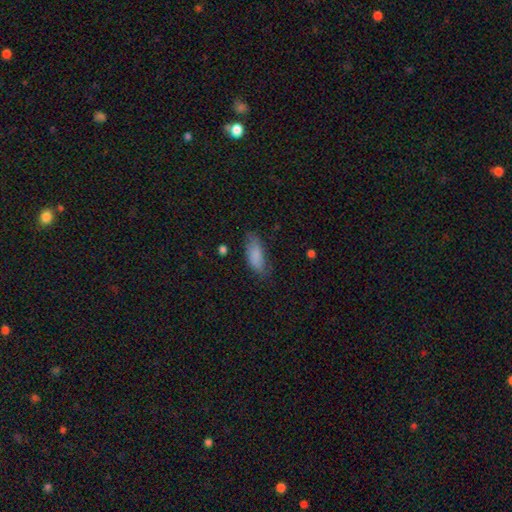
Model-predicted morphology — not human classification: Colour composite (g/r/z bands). It shows a smooth galaxy with no disk features (84%) that is in between round and cigar-shaped (81%). Merging: none (68%).